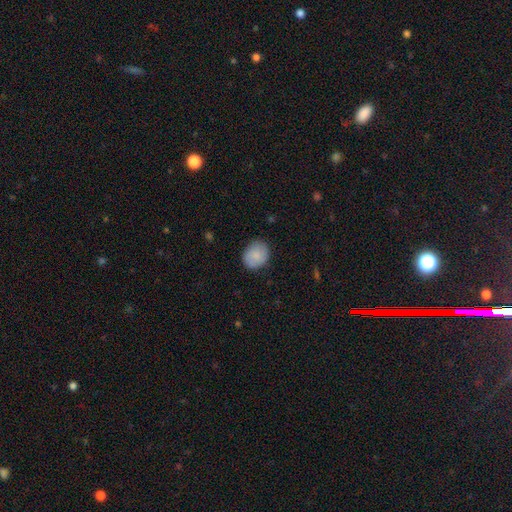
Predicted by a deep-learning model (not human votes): This appears to be a smooth galaxy with no disk features (82%) that is round (57%). Merging: none (81%).